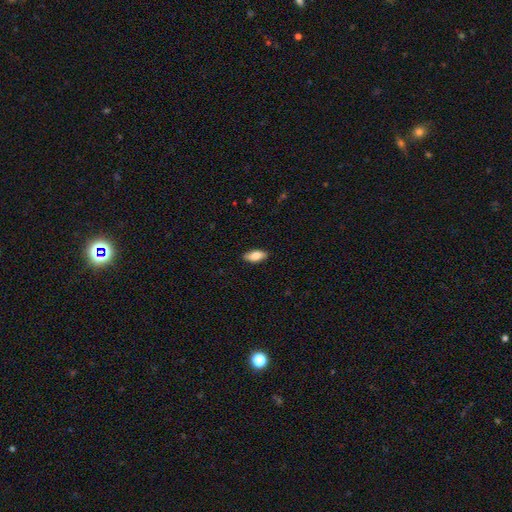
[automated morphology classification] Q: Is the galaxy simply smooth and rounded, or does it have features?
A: smooth — 84%.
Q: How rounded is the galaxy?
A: in between — 86%.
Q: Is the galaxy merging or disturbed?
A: none — 87%.